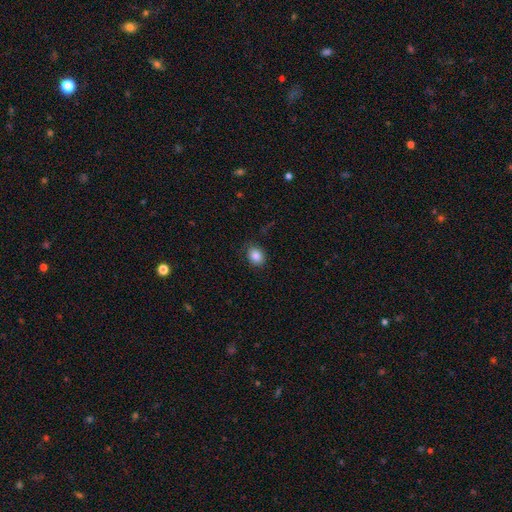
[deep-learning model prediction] smooth_or_featured: smooth (p=0.86) [alt: star or artifact p=0.09]
how_rounded: in between (p=0.51) [alt: round p=0.48]
merging: none (p=0.83) [alt: minor disturbance p=0.13]